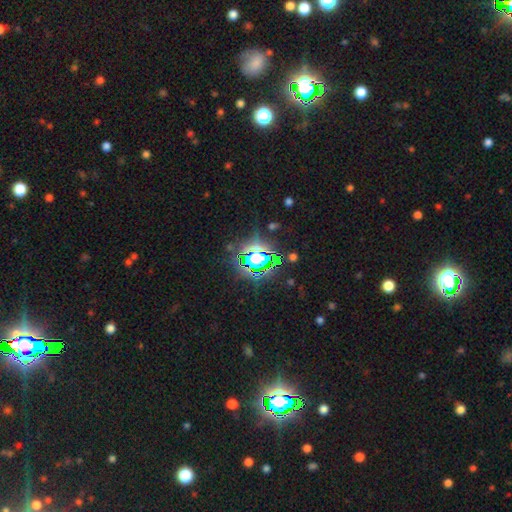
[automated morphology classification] Smooth or featured? star or artifact (78%)